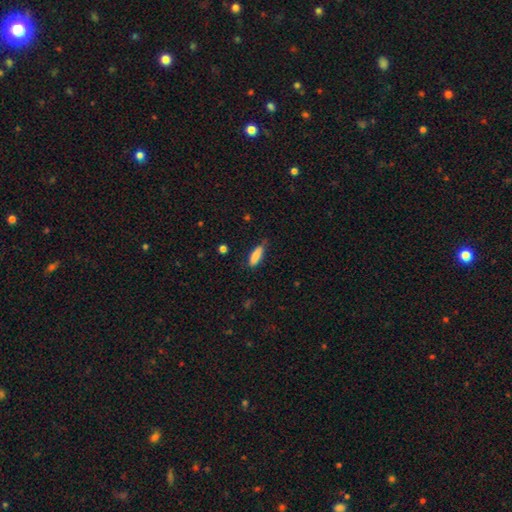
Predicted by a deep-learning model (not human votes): smooth_or_featured: smooth (p=0.85) [alt: featured or disk p=0.09]
how_rounded: cigar-shaped (p=0.52) [alt: in between p=0.47]
merging: none (p=0.73) [alt: minor disturbance p=0.21]